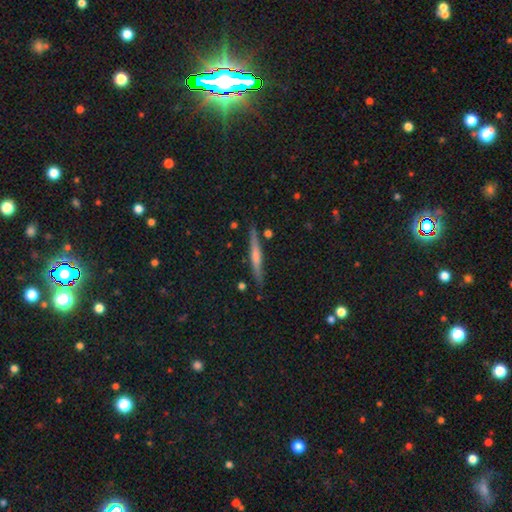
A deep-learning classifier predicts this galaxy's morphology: smooth_or_featured: featured or disk (p=0.60) [alt: smooth p=0.31]
disk_edge_on: yes (p=0.97) [alt: no p=0.03]
edge_on_bulge: rounded (p=0.50) [alt: none p=0.33]
merging: none (p=0.88) [alt: minor disturbance p=0.09]